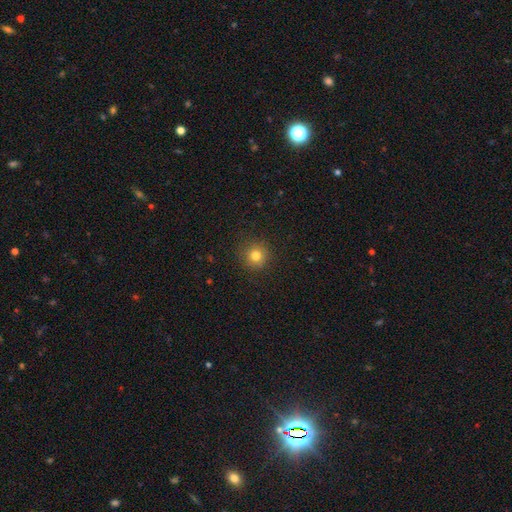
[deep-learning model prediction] The model was most divided on "smooth or featured": smooth: 79%, star or artifact: 14%, featured or disk: 7%. More confident: how rounded — round (94%); merging — none (90%).